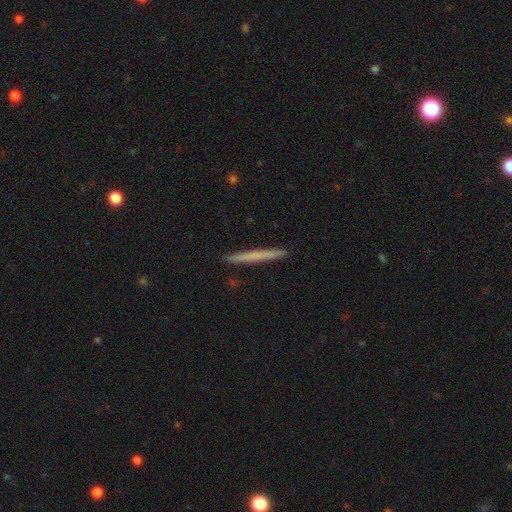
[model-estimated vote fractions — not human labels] A smooth galaxy with no disk features (61%) that is cigar-shaped (97%).

Vote fractions:
- Smooth or featured? smooth: 61% / featured or disk: 33% / star or artifact: 6%
- How rounded? cigar-shaped: 97% / in between: 2% / round: 1%
- Merging? none: 93% / minor disturbance: 5% / major disturbance: 1% / merger: 1%